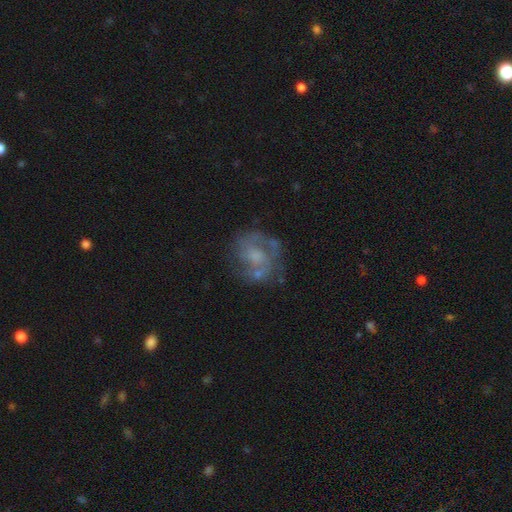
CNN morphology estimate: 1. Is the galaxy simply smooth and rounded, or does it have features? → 70% featured or disk, 20% smooth, 10% star or artifact.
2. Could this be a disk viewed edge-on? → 98% no, 2% yes.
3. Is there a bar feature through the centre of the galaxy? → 67% no, 28% weak, 5% strong.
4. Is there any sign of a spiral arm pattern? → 72% yes, 28% no.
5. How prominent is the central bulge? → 36% moderate, 29% small, 25% none, 8% large, 2% dominant.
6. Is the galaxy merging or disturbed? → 61% none, 19% minor disturbance, 14% major disturbance, 6% merger.